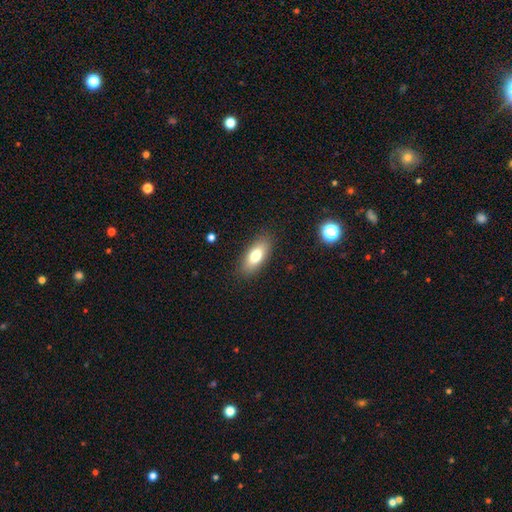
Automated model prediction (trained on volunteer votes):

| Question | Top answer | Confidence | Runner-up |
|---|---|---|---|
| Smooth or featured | smooth | 75% | featured or disk (17%) |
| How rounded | in between | 82% | cigar-shaped (15%) |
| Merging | none | 87% | minor disturbance (10%) |